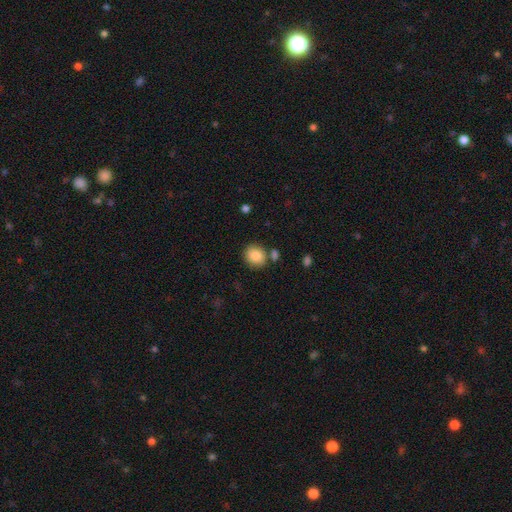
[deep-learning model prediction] smooth 87%, star or artifact 8%, featured or disk 5%. Down the decision tree: how rounded — round (75%); merging — none (74%).